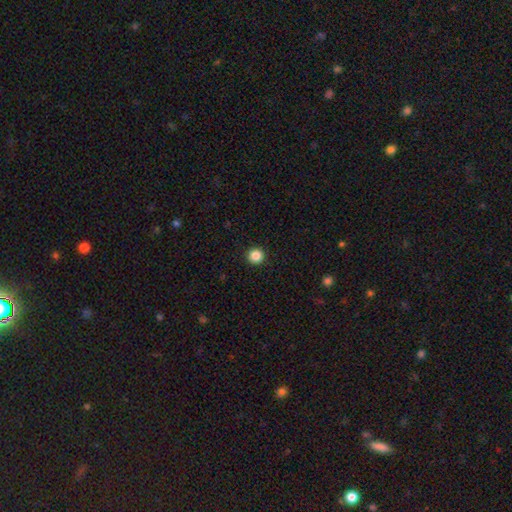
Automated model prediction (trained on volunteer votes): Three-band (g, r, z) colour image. It shows a smooth galaxy with no disk features (86%) that is round (95%). Merging: none (94%).